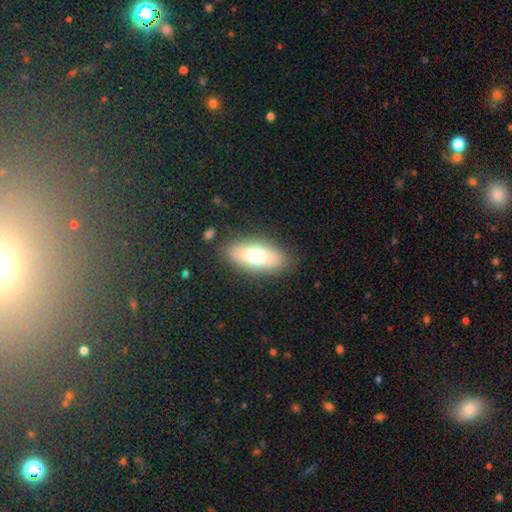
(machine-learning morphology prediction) type=smooth (68%); roundness=in between (83%); merging=none (84%).